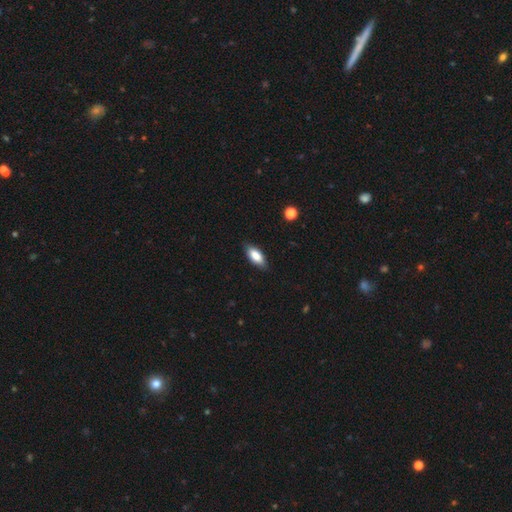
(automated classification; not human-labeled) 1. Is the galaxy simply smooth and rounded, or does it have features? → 83% smooth, 11% featured or disk, 7% star or artifact.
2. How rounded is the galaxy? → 84% in between, 14% cigar-shaped, 2% round.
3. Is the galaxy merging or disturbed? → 85% none, 12% minor disturbance, 2% major disturbance, 1% merger.